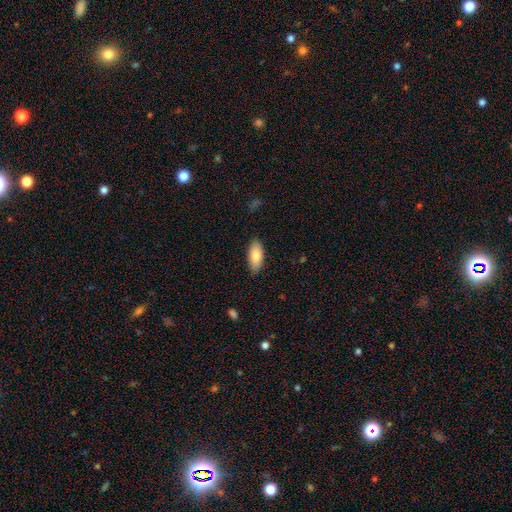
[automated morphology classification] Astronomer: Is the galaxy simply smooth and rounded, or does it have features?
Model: smooth — 83%.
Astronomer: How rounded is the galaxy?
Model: in between — 82%.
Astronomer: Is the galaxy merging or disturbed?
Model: none — 86%.